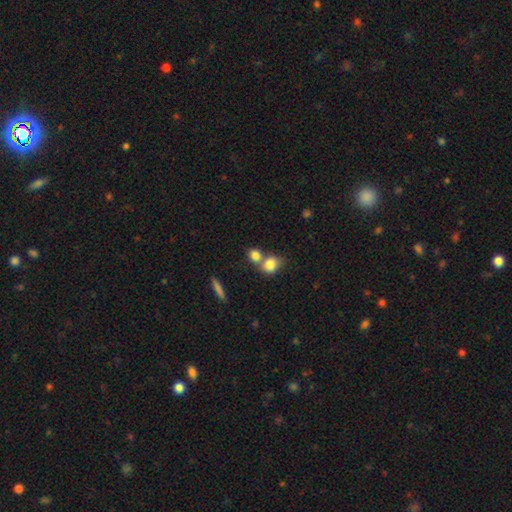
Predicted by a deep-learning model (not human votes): Q: Smooth or featured?
A: smooth (82%); runner-up: featured or disk (9%)
Q: How rounded?
A: round (65%); runner-up: in between (32%)
Q: Merging?
A: merger (53%); runner-up: none (37%)